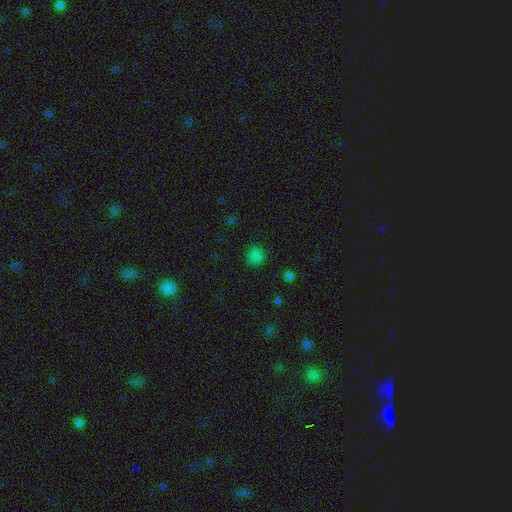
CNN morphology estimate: type=smooth (81%); roundness=round (89%); merging=none (88%).